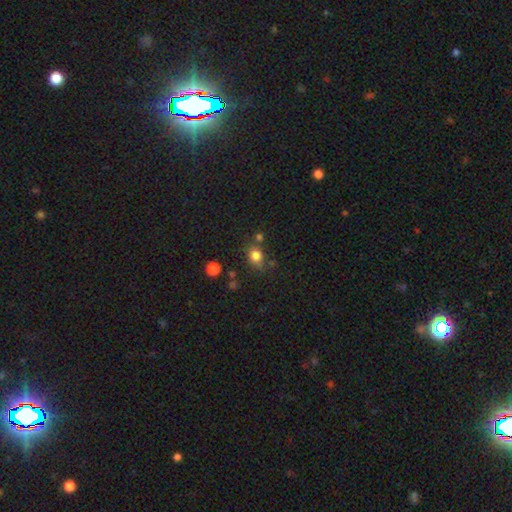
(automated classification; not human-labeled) smooth_or_featured: smooth (p=0.80) [alt: star or artifact p=0.13]
how_rounded: round (p=0.57) [alt: in between p=0.41]
merging: none (p=0.68) [alt: minor disturbance p=0.17]